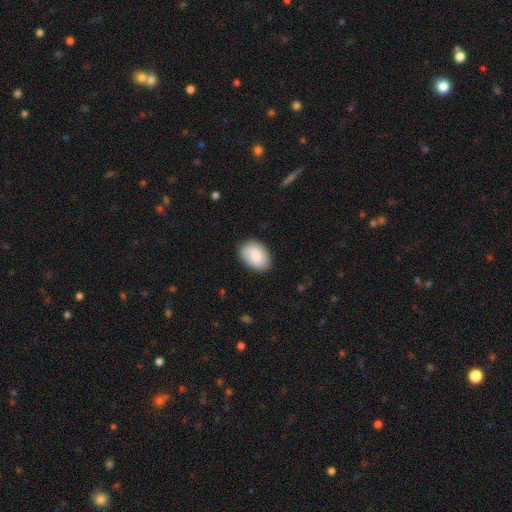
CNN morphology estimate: Smooth or featured? Predicted: smooth (p=0.81). How rounded? Predicted: in between (p=0.82). Merging? Predicted: none (p=0.83).